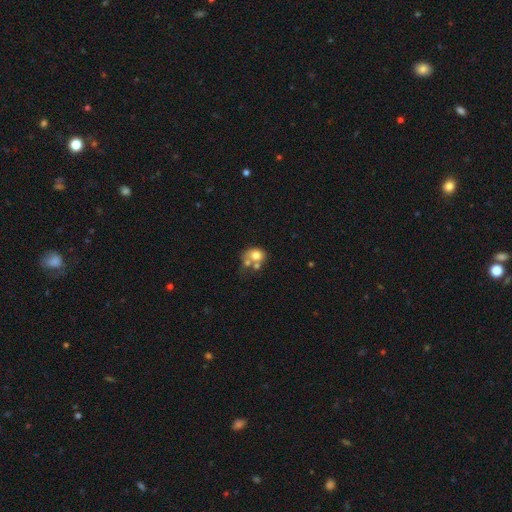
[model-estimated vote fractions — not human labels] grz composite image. It shows a smooth galaxy with no disk features (69%) that is round (53%). Merging: merger (50%).